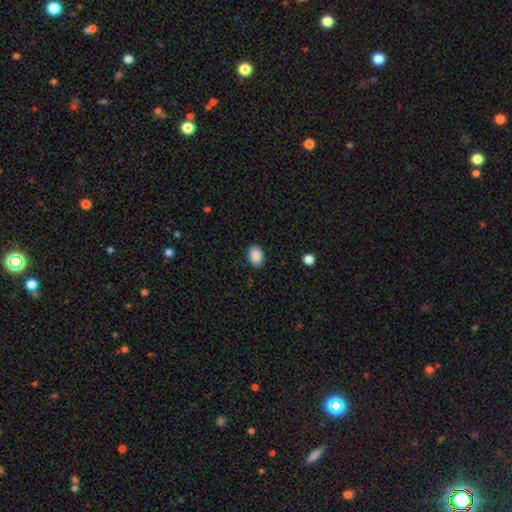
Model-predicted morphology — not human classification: Smooth or featured?
  - smooth: 89% *
  - star or artifact: 8%
  - featured or disk: 3%
How rounded?
  - in between: 83% *
  - round: 16%
  - cigar-shaped: 1%
Merging?
  - none: 86% *
  - minor disturbance: 10%
  - major disturbance: 2%
  - merger: 1%